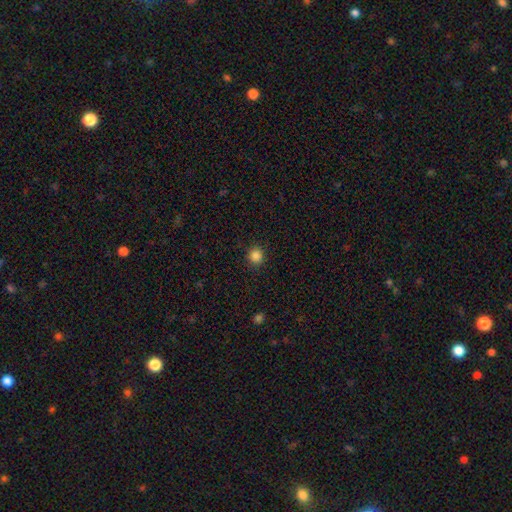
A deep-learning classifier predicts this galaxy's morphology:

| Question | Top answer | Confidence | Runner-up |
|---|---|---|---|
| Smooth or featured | smooth | 85% | star or artifact (12%) |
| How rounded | round | 92% | in between (7%) |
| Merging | none | 90% | minor disturbance (6%) |